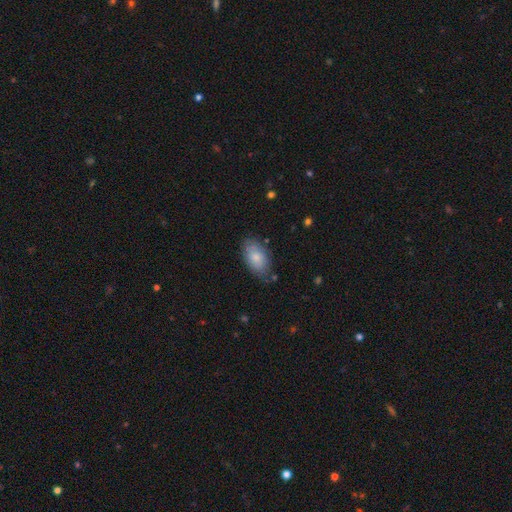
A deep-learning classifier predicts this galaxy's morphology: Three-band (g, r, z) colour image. It shows a smooth galaxy with no disk features (81%) that is in between round and cigar-shaped (94%). Merging: none (74%).